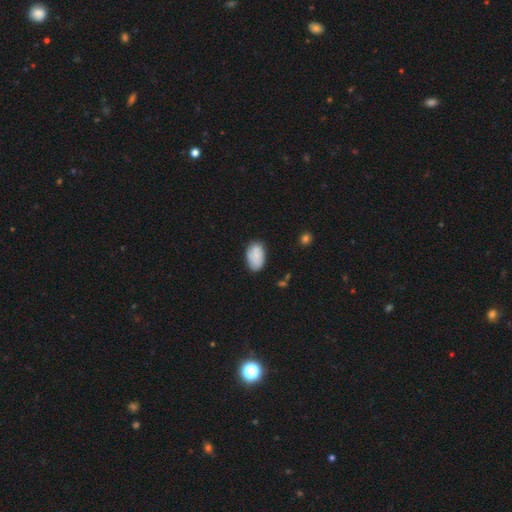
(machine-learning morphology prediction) The model was most divided on "merging": none: 74%, minor disturbance: 20%, major disturbance: 4%, merger: 2%. More confident: how rounded — in between (92%); smooth or featured — smooth (75%).